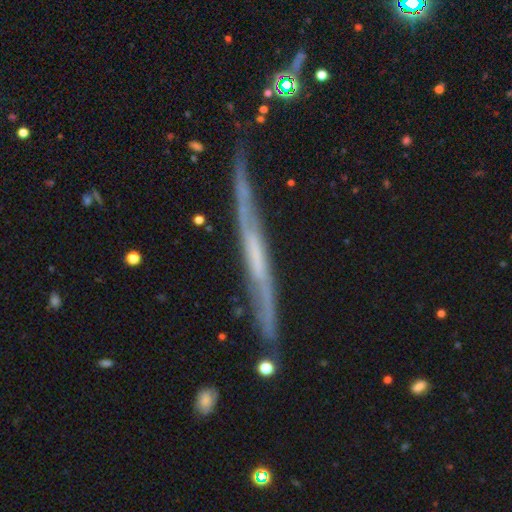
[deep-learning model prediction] Smooth or featured: featured or disk — 70% (smooth — 23%)
Edge-on disk: yes — 91% (no — 9%)
Edge-on bulge: none — 82% (rounded — 11%)
Merging: none — 71% (minor disturbance — 21%)